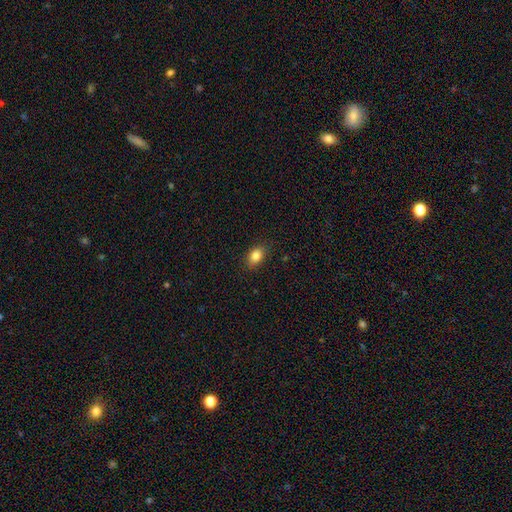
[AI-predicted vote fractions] Smooth or featured? Predicted: smooth (p=0.85). How rounded? Predicted: in between (p=0.82). Merging? Predicted: none (p=0.87).